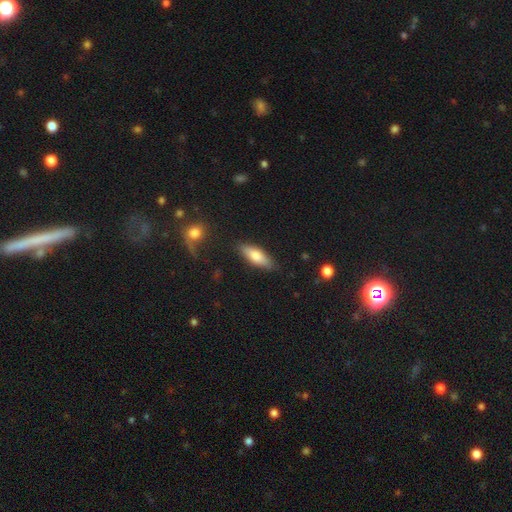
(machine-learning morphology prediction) Overall: smooth (73%). How rounded: in between (58%; cigar-shaped 40%). Merging: none (83%).